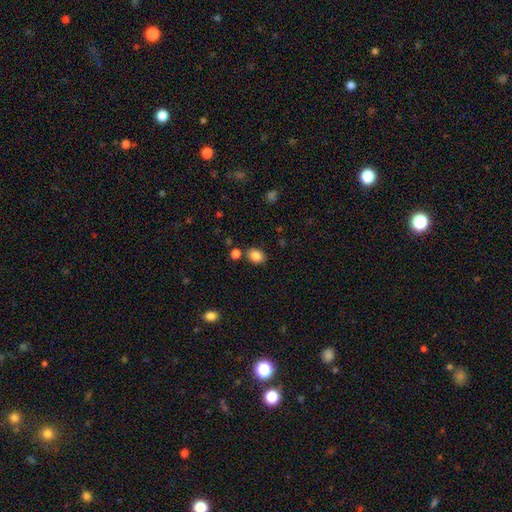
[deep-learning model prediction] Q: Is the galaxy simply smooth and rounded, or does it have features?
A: smooth — 86%.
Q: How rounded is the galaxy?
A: in between — 60%.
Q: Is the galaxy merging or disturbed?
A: none — 79%.